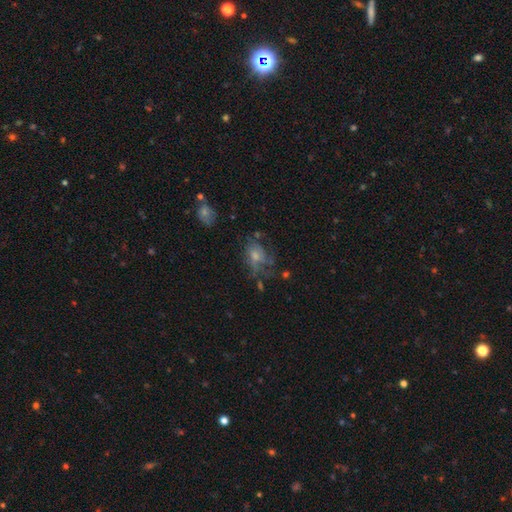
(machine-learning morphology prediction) Smooth or featured? Predicted: featured or disk (p=0.49). Merging? Predicted: none (p=0.50).